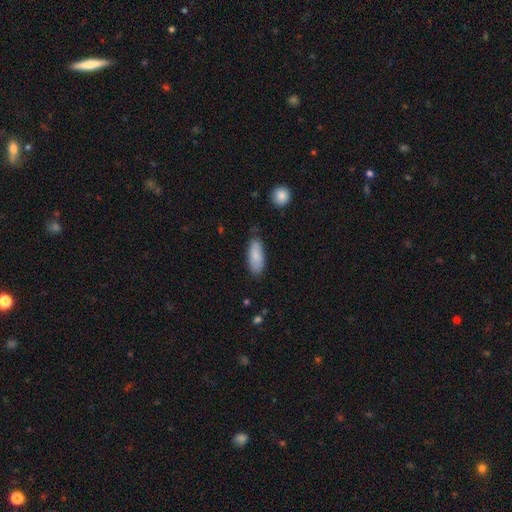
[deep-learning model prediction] smooth 84%, featured or disk 10%, star or artifact 6%. Down the decision tree: how rounded — in between (74%); merging — none (73%).